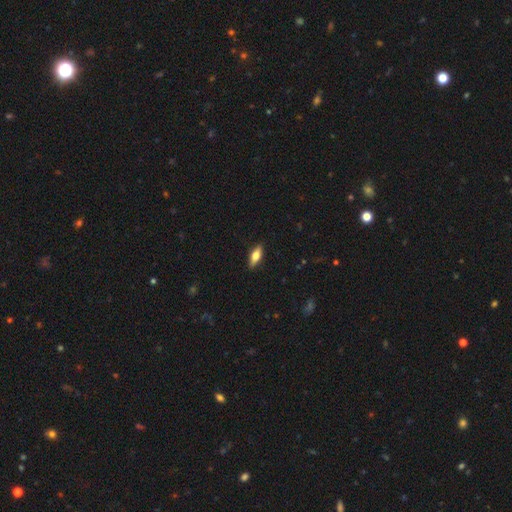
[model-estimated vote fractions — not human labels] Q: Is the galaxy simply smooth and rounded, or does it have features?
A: smooth — 59%.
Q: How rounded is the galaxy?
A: in between — 65%.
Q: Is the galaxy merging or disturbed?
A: none — 89%.